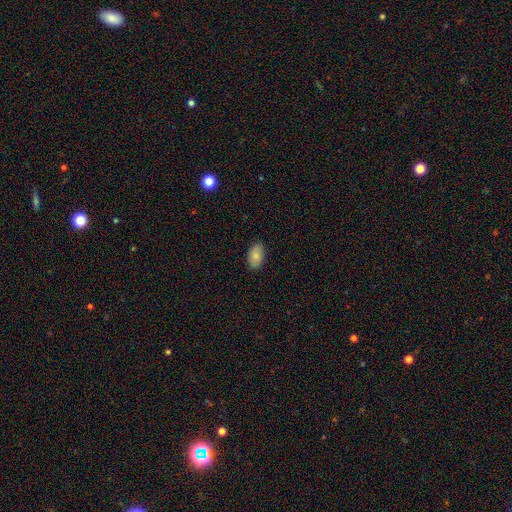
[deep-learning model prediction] smooth_or_featured: smooth (p=0.82) [alt: featured or disk p=0.11]
how_rounded: in between (p=0.93) [alt: round p=0.06]
merging: none (p=0.85) [alt: minor disturbance p=0.12]